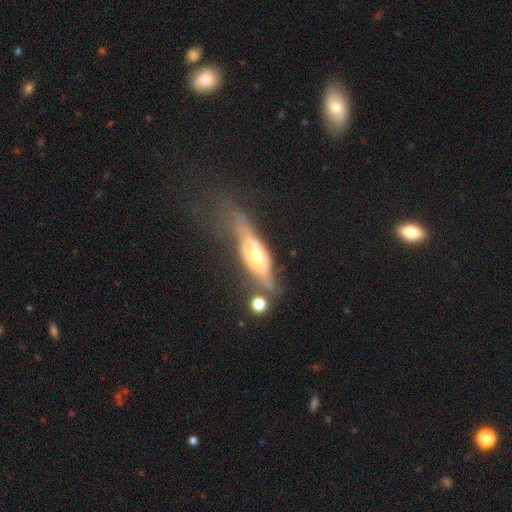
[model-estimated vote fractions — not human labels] Morphology: type=featured or disk (66%); edge-on=yes (68%); merging=none (36%).